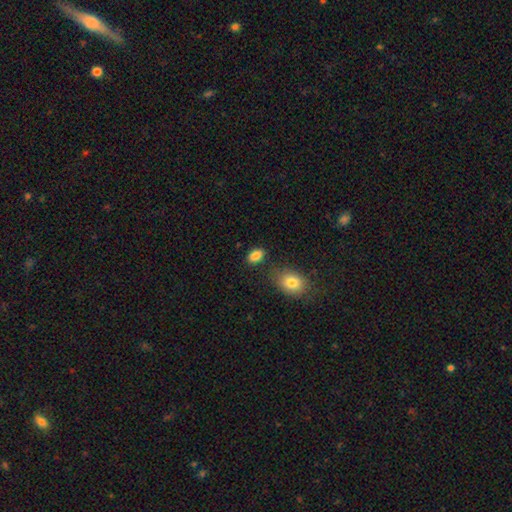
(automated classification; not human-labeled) Smooth or featured: smooth — 86% (star or artifact — 9%)
How rounded: in between — 87% (round — 11%)
Merging: none — 79% (minor disturbance — 13%)